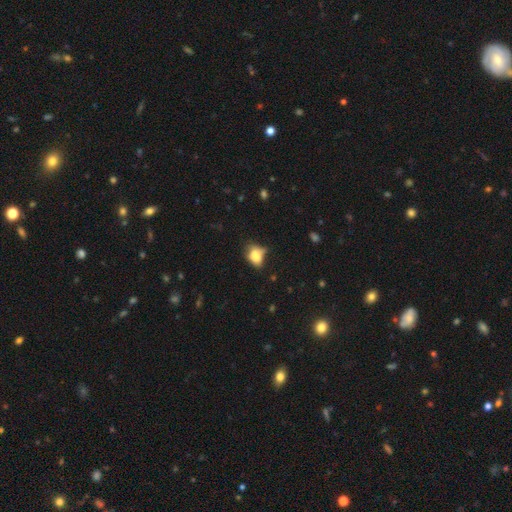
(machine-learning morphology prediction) A smooth galaxy with no disk features (77%) that is in between round and cigar-shaped (64%). Merging: none (42%).